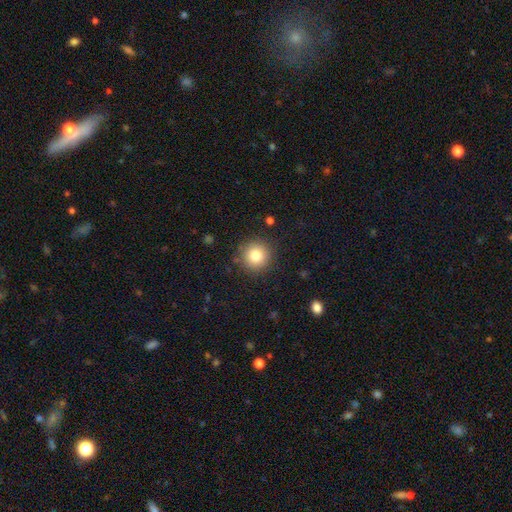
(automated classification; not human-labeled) Smooth or featured? Predicted: smooth (p=0.80). How rounded? Predicted: round (p=0.95). Merging? Predicted: none (p=0.89).